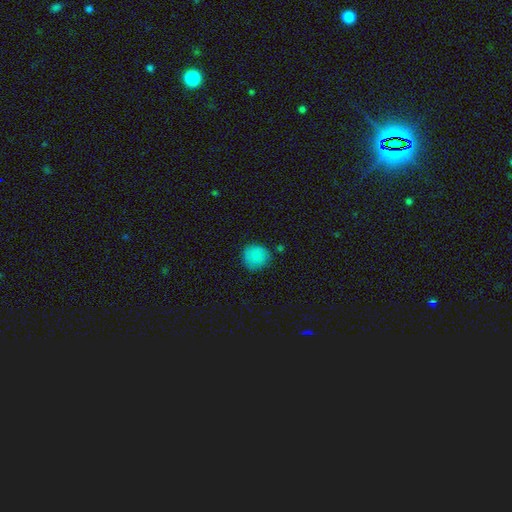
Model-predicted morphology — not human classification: smooth 86%, star or artifact 9%, featured or disk 5%. Down the decision tree: how rounded — round (91%); merging — none (79%).